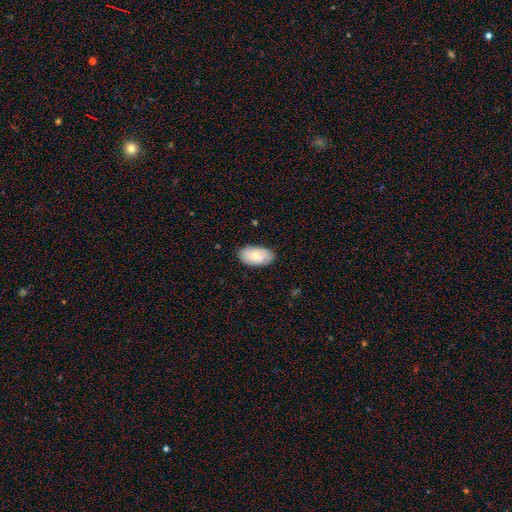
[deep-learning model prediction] Smooth or featured? Predicted: smooth (p=0.77). How rounded? Predicted: in between (p=0.95). Merging? Predicted: none (p=0.81).